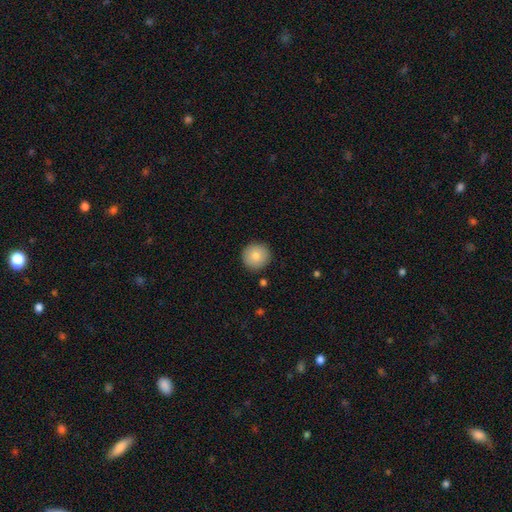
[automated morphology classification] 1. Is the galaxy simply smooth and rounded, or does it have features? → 83% smooth, 9% featured or disk, 8% star or artifact.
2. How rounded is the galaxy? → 95% round, 4% in between, 1% cigar-shaped.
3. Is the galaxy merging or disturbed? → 91% none, 6% minor disturbance, 2% major disturbance, 1% merger.